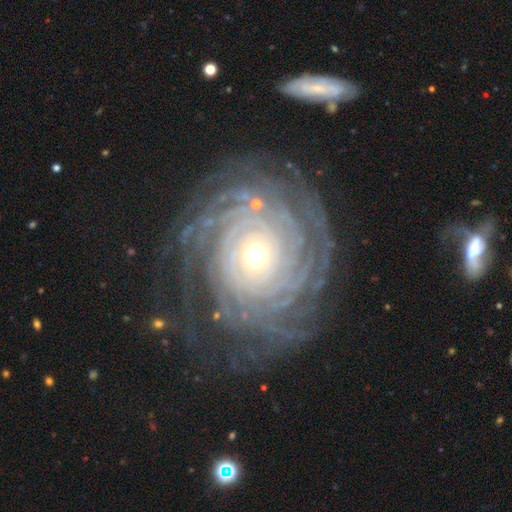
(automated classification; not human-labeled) A featured or disk galaxy (89%) with no bar (74%), more than 4 (37%) tight (87%) spiral arms (98%) and a small central bulge (52%).

Vote fractions:
- Smooth or featured? featured or disk: 89% / star or artifact: 6% / smooth: 5%
- Edge-on disk? no: 97% / yes: 3%
- Bar? no: 74% / weak: 17% / strong: 9%
- Spiral arms? yes: 98% / no: 2%
- Spiral winding? tight: 87% / medium: 10% / loose: 2%
- Spiral arm count? more than 4: 37% / can't tell: 21% / 4: 17% / 3: 10% / 2: 8% / 1: 7%
- Bulge size? small: 52% / moderate: 43% / large: 3% / dominant: 1% / none: 1%
- Merging? none: 77% / minor disturbance: 14% / major disturbance: 7% / merger: 2%